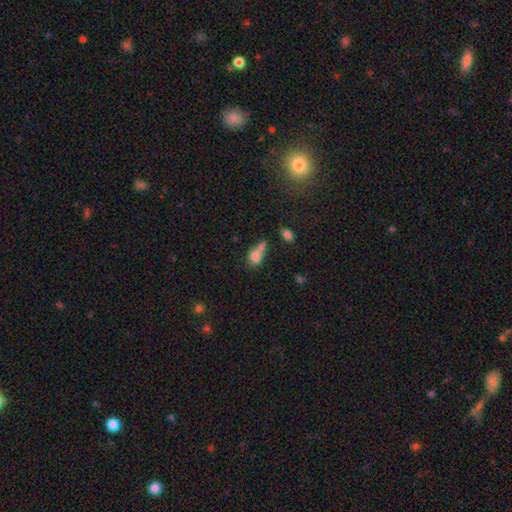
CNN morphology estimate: type=smooth (76%); roundness=in between (56%); merging=merger (53%).